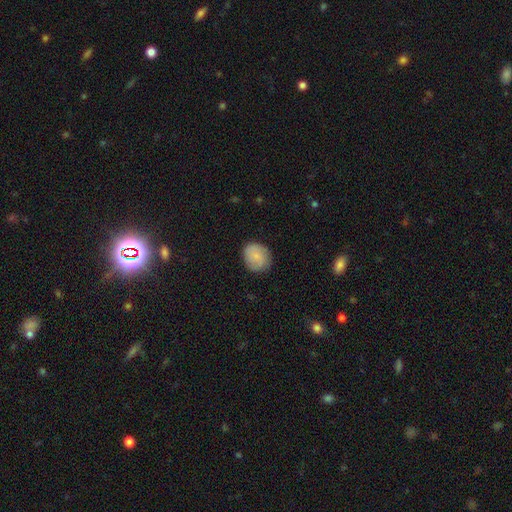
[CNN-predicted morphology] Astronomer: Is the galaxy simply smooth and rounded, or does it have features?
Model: smooth — 74%.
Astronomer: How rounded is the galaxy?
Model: round — 73%.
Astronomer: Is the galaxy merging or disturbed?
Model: none — 82%.